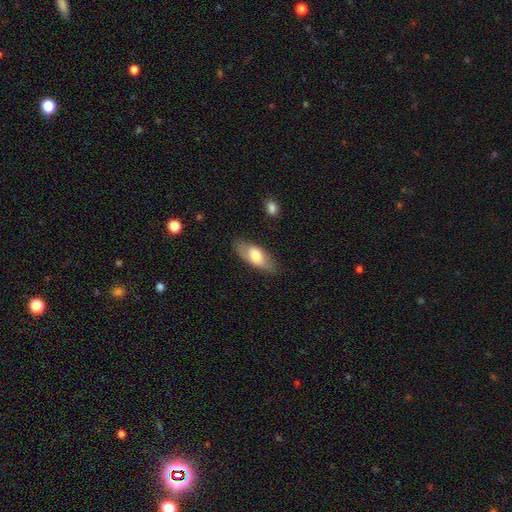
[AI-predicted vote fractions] This appears to be a smooth galaxy with no disk features (65%) that is in between round and cigar-shaped (83%). Merging: none (78%).